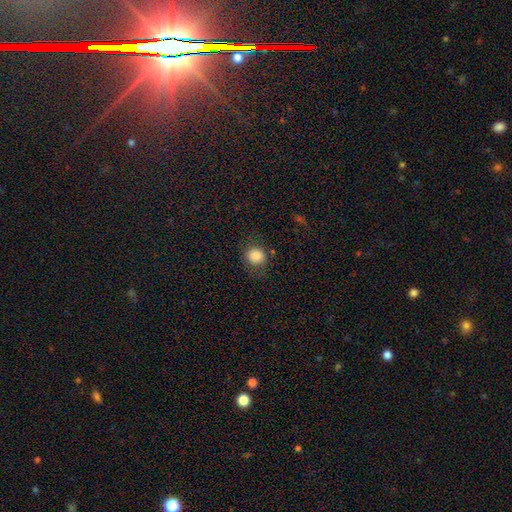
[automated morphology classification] Smooth or featured?
  - smooth: 82% *
  - star or artifact: 10%
  - featured or disk: 8%
How rounded?
  - round: 80% *
  - in between: 19%
  - cigar-shaped: 1%
Merging?
  - none: 76% *
  - minor disturbance: 15%
  - major disturbance: 7%
  - merger: 2%